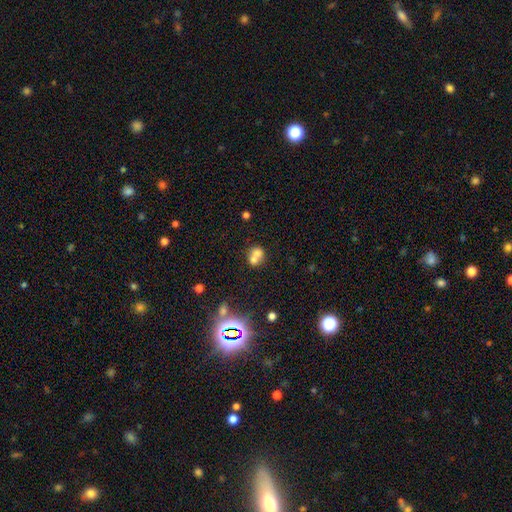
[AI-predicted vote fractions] This is likely a smooth galaxy (66%). How rounded: likely round (69%). Merging: likely merger (65%).